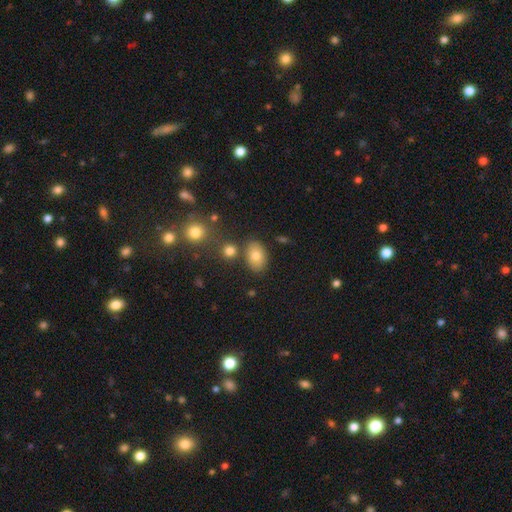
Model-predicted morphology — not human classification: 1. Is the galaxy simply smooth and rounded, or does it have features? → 78% smooth, 12% featured or disk, 10% star or artifact.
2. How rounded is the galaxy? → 83% in between, 15% round, 1% cigar-shaped.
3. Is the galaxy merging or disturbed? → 77% none, 12% minor disturbance, 8% merger, 3% major disturbance.